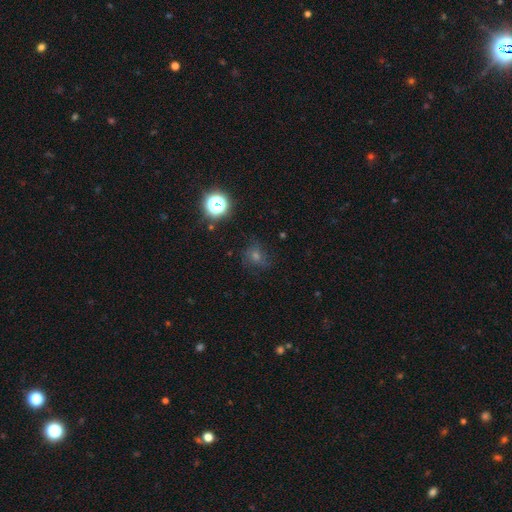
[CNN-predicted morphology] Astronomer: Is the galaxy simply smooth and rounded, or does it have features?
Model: star or artifact — 40% (runner-up: smooth, 36%).